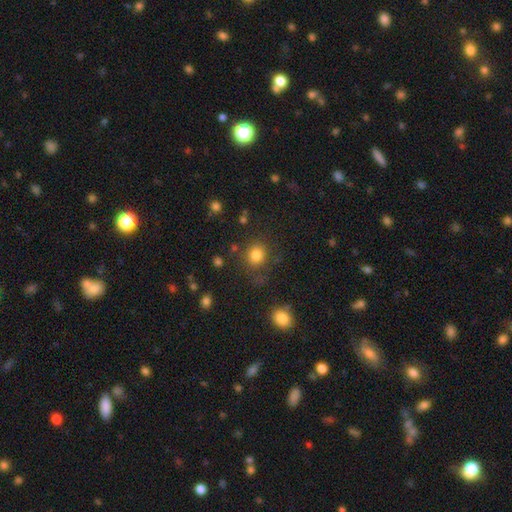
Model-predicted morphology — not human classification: smooth_or_featured: smooth (p=0.83) [alt: star or artifact p=0.12]
how_rounded: round (p=0.85) [alt: in between p=0.14]
merging: none (p=0.77) [alt: minor disturbance p=0.12]